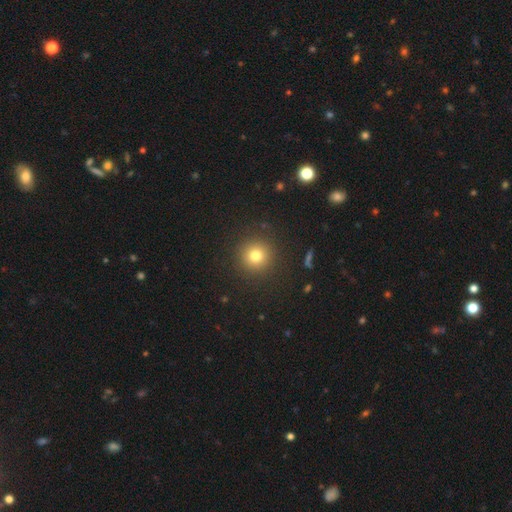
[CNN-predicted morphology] type=smooth (78%); roundness=round (94%); merging=none (90%).